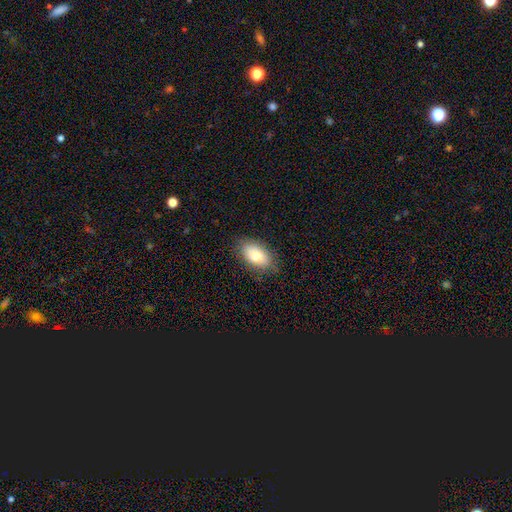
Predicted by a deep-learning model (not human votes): Smooth or featured?
  - smooth: 79% *
  - featured or disk: 14%
  - star or artifact: 7%
How rounded?
  - in between: 92% *
  - round: 5%
  - cigar-shaped: 3%
Merging?
  - none: 82% *
  - minor disturbance: 14%
  - major disturbance: 3%
  - merger: 1%